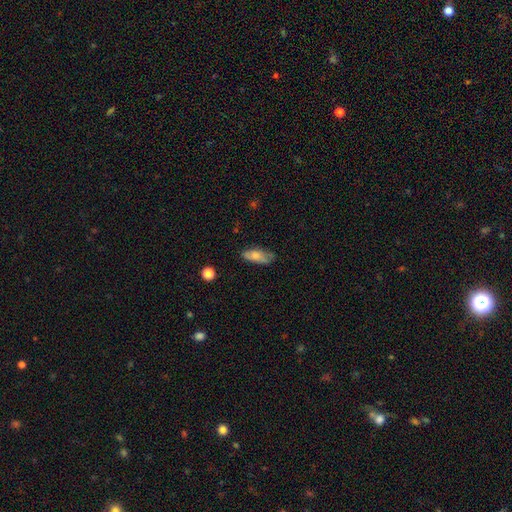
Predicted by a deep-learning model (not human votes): smooth-or-featured: smooth: 73% | featured or disk: 20% | star or artifact: 7%
  how-rounded: in between: 80% | cigar-shaped: 17% | round: 3%
  merging: none: 65% | minor disturbance: 26% | major disturbance: 6% | merger: 2%